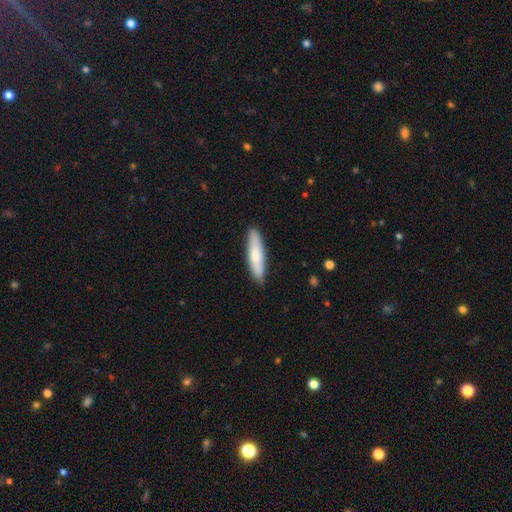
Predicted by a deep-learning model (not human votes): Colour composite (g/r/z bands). It shows a smooth galaxy with no disk features (71%) that is cigar-shaped (76%). Merging: none (87%).